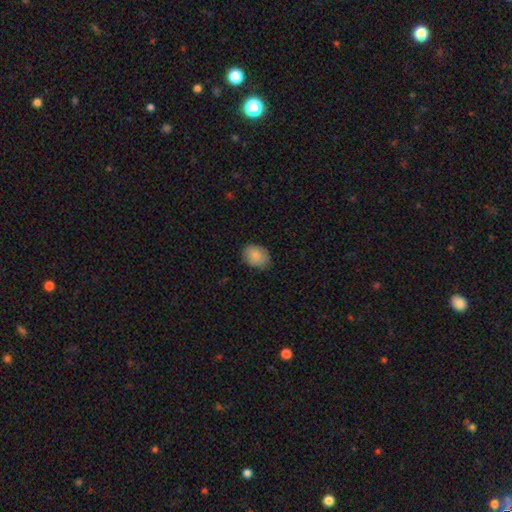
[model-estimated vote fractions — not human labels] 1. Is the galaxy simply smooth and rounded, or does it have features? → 86% smooth, 7% star or artifact, 7% featured or disk.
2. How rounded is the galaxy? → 64% in between, 35% round, 1% cigar-shaped.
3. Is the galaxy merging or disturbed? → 81% none, 15% minor disturbance, 3% major disturbance, 1% merger.